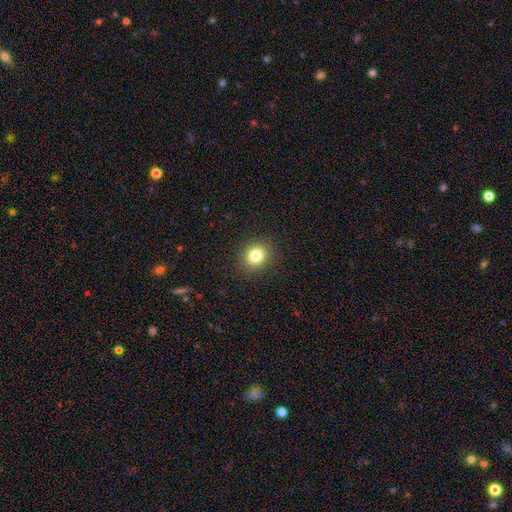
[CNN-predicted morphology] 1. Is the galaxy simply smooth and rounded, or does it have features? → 82% smooth, 11% star or artifact, 6% featured or disk.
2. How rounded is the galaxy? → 64% round, 35% in between, 1% cigar-shaped.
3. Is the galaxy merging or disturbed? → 89% none, 8% minor disturbance, 3% major disturbance, 1% merger.